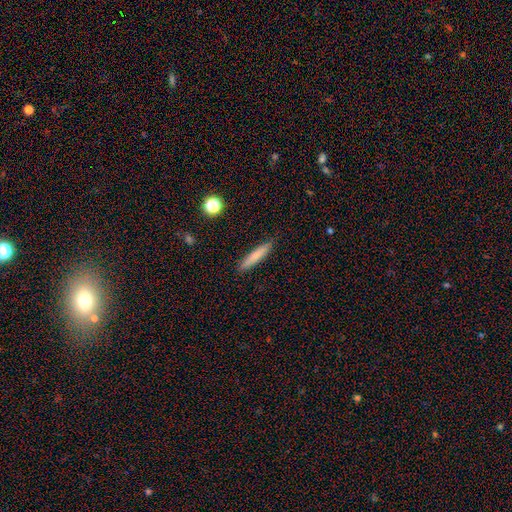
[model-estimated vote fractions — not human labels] This is likely a smooth galaxy (73%). How rounded: clearly cigar-shaped (90%). Merging: clearly none (87%).